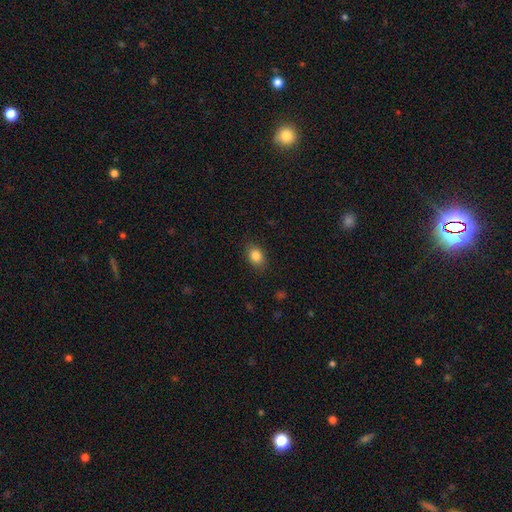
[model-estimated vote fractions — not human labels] Smooth or featured: smooth — 84% (star or artifact — 9%)
How rounded: in between — 74% (round — 25%)
Merging: none — 86% (minor disturbance — 11%)